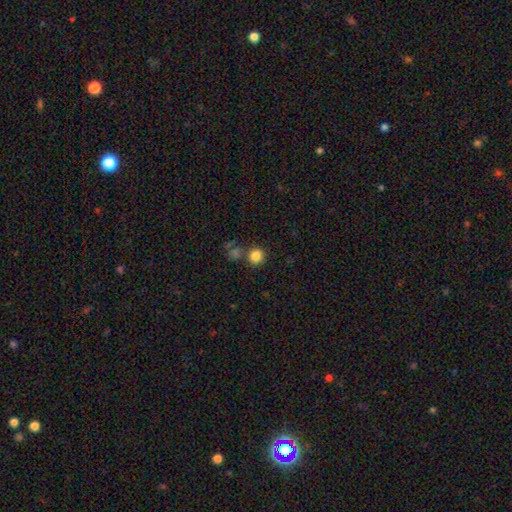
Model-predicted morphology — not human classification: This is clearly a smooth galaxy (84%). How rounded: clearly round (89%). Merging: likely none (77%).